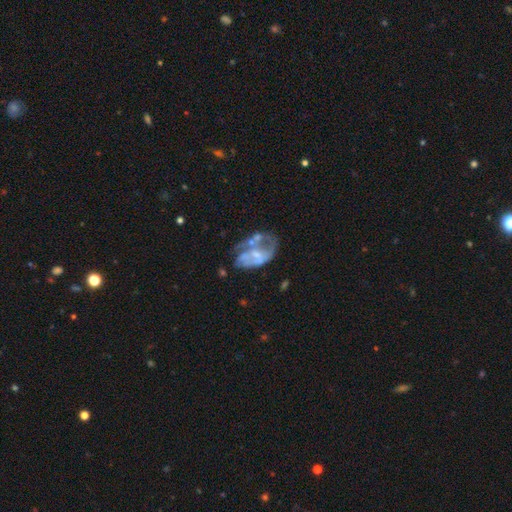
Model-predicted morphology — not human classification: This is likely a featured or disk galaxy (69%). It is clearly not viewed edge-on (97%). Bar: likely no (70%). Spiral arm pattern: possibly no (58%). Central bulge: marginally small (40%). Merging: marginally major disturbance (33%).